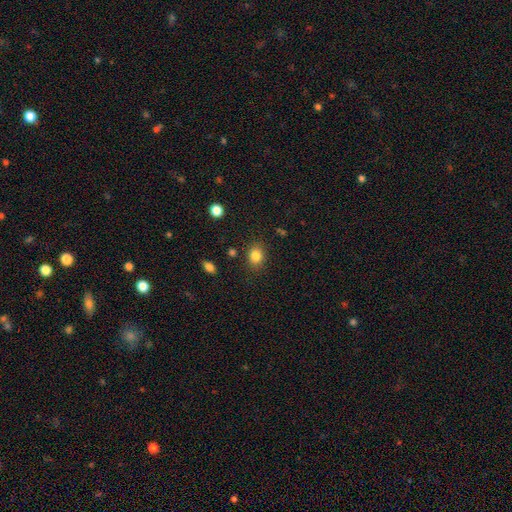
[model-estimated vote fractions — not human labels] The model was most divided on "how rounded": round: 55%, in between: 44%, cigar-shaped: 1%. More confident: merging — none (84%); smooth or featured — smooth (84%).